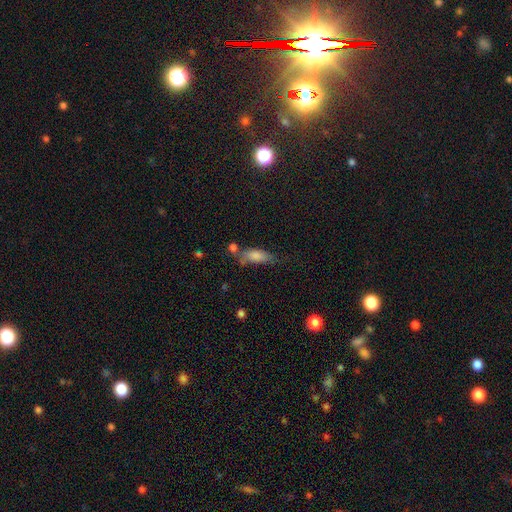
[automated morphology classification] Smooth or featured?
  - smooth: 74% *
  - featured or disk: 15%
  - star or artifact: 10%
How rounded?
  - in between: 65% *
  - cigar-shaped: 31%
  - round: 3%
Merging?
  - none: 48% *
  - minor disturbance: 26%
  - merger: 15%
  - major disturbance: 11%